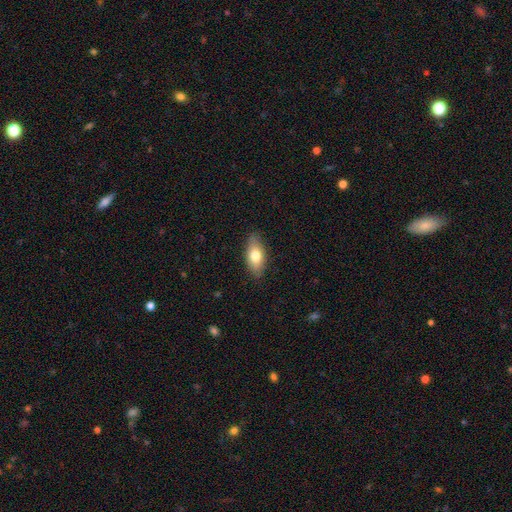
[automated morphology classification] smooth-or-featured: smooth: 74% | featured or disk: 19% | star or artifact: 6%
  how-rounded: in between: 85% | cigar-shaped: 12% | round: 4%
  merging: none: 85% | minor disturbance: 12% | major disturbance: 2% | merger: 1%